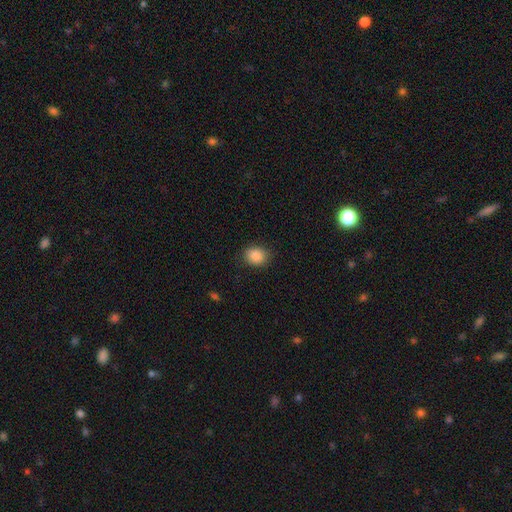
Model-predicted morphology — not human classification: smooth_or_featured: smooth (p=0.87) [alt: star or artifact p=0.09]
how_rounded: round (p=0.59) [alt: in between p=0.40]
merging: none (p=0.86) [alt: minor disturbance p=0.10]